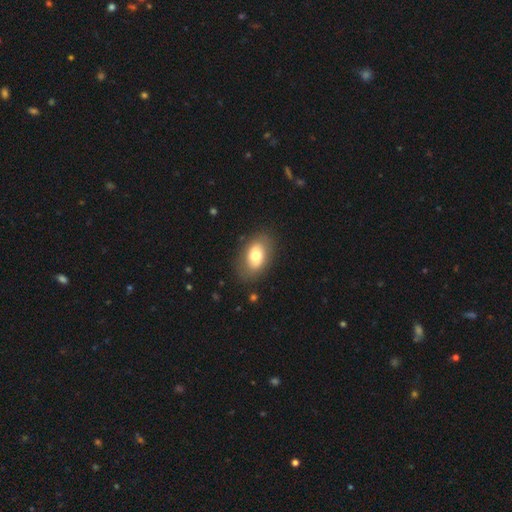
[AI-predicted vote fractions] This is likely a smooth galaxy (65%). How rounded: clearly in between (86%). Merging: clearly none (80%).